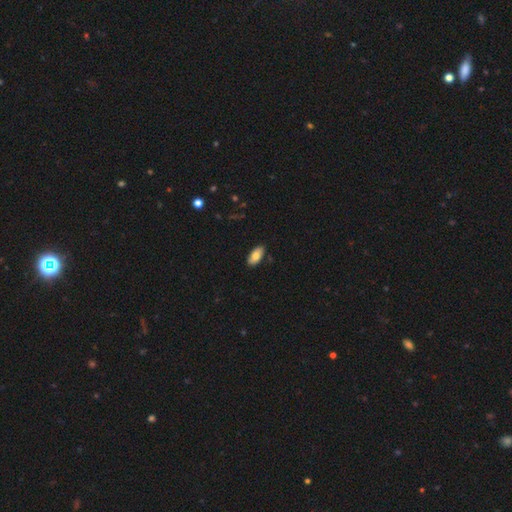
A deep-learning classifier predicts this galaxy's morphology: A smooth galaxy with no disk features (79%) that is in between round and cigar-shaped (92%).

Vote fractions:
- Smooth or featured? smooth: 79% / featured or disk: 14% / star or artifact: 7%
- How rounded? in between: 92% / cigar-shaped: 6% / round: 2%
- Merging? none: 85% / minor disturbance: 12% / major disturbance: 2% / merger: 1%